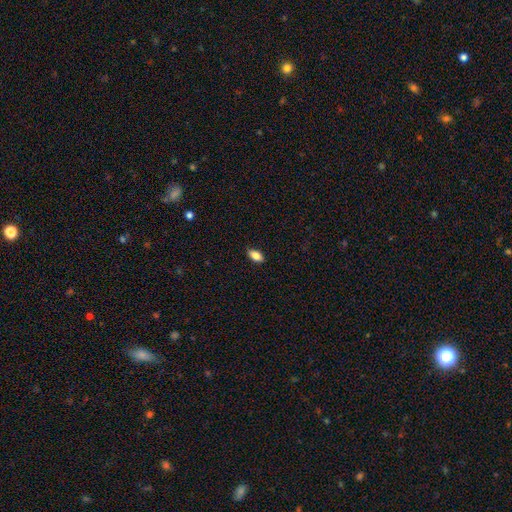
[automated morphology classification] The model was most divided on "smooth or featured": smooth: 83%, featured or disk: 9%, star or artifact: 8%. More confident: how rounded — in between (89%); merging — none (88%).